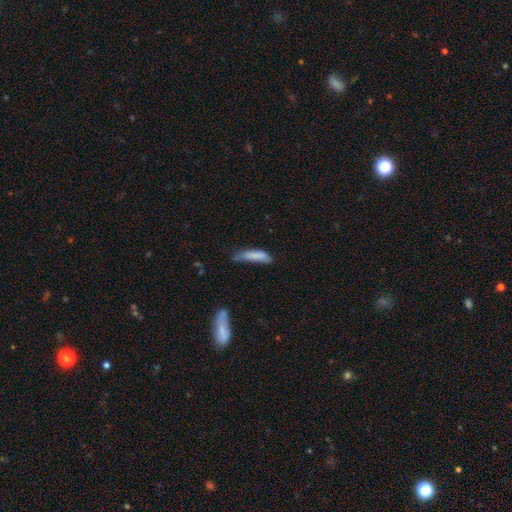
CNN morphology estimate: Smooth or featured?
  - smooth: 80% *
  - featured or disk: 13%
  - star or artifact: 8%
How rounded?
  - cigar-shaped: 71% *
  - in between: 27%
  - round: 2%
Merging?
  - minor disturbance: 40% *
  - none: 35%
  - major disturbance: 19%
  - merger: 6%